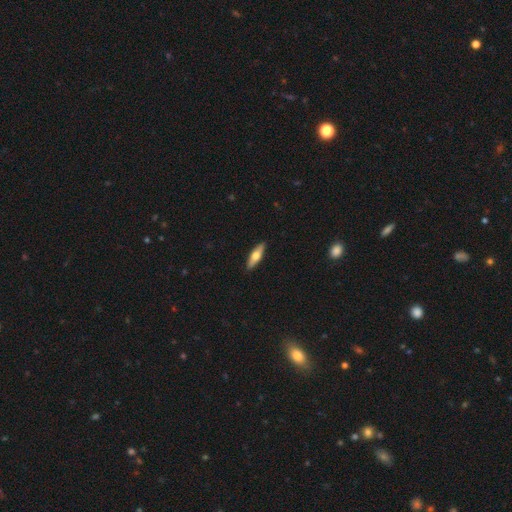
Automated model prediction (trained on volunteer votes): A smooth galaxy with no disk features (50%) that is cigar-shaped (59%).

Vote fractions:
- Smooth or featured? smooth: 50% / featured or disk: 44% / star or artifact: 6%
- How rounded? cigar-shaped: 59% / in between: 39% / round: 2%
- Merging? none: 90% / minor disturbance: 7% / major disturbance: 2% / merger: 1%